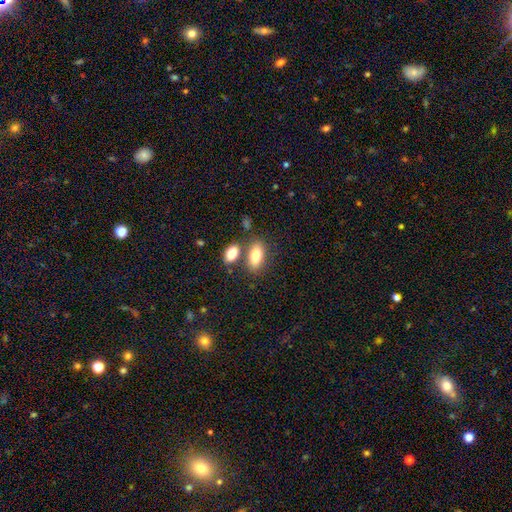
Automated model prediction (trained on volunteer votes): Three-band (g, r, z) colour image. It shows a smooth galaxy with no disk features (80%) that is in between round and cigar-shaped (89%). Merging: none (62%).